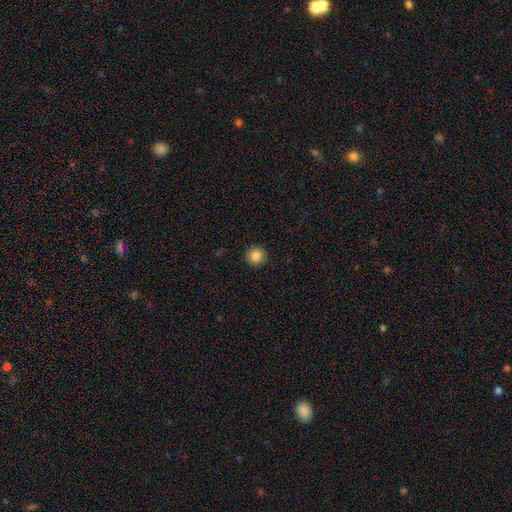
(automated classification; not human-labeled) Smooth or featured?
  - smooth: 86% *
  - star or artifact: 10%
  - featured or disk: 4%
How rounded?
  - round: 94% *
  - in between: 5%
  - cigar-shaped: 1%
Merging?
  - none: 91% *
  - minor disturbance: 6%
  - major disturbance: 2%
  - merger: 1%